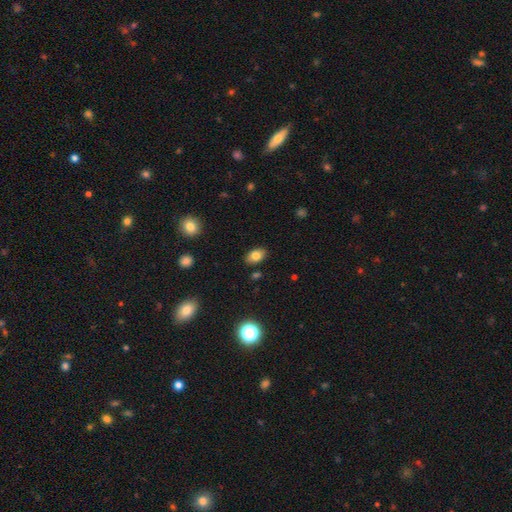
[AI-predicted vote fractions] This appears to be a smooth galaxy with no disk features (80%) that is in between round and cigar-shaped (87%). Merging: none (86%).